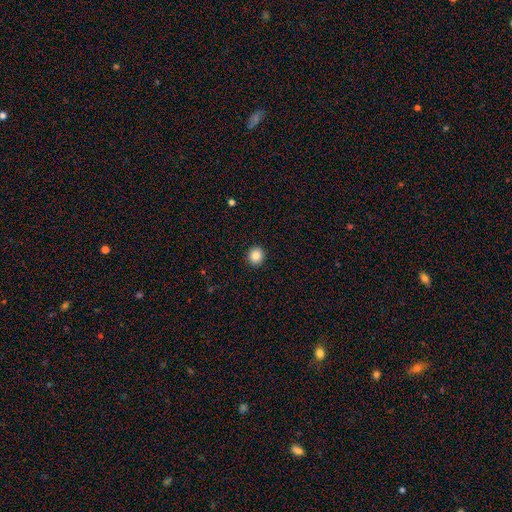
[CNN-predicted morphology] smooth_or_featured: smooth (p=0.85) [alt: star or artifact p=0.10]
how_rounded: round (p=0.88) [alt: in between p=0.11]
merging: none (p=0.93) [alt: minor disturbance p=0.05]